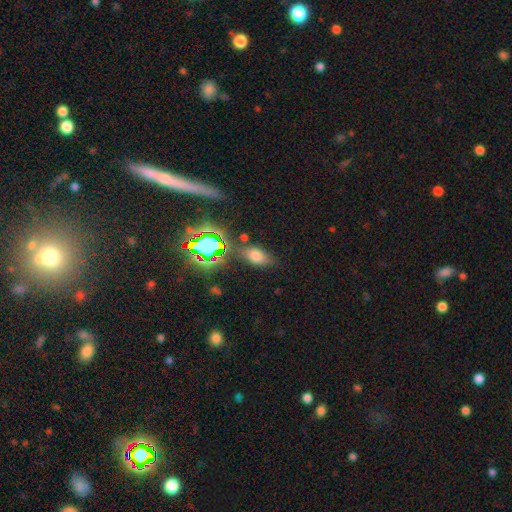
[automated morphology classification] This appears to be a smooth galaxy with no disk features (62%) that is in between round and cigar-shaped (85%). Merging: none (74%).